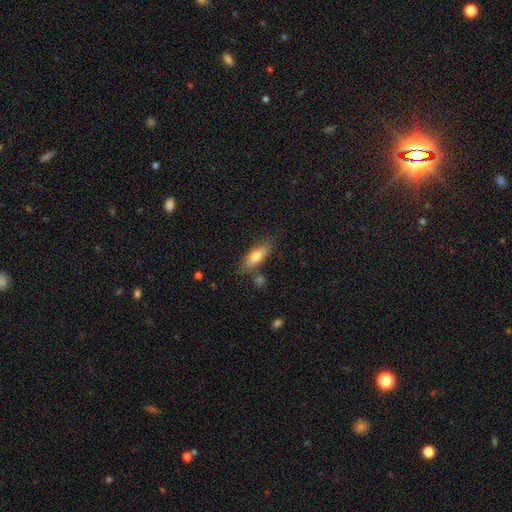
Q: Smooth or featured?
A: smooth (79%); runner-up: featured or disk (21%)
Q: How rounded?
A: in between (61%); runner-up: cigar-shaped (35%)
Q: Merging?
A: none (79%); runner-up: minor disturbance (8%)